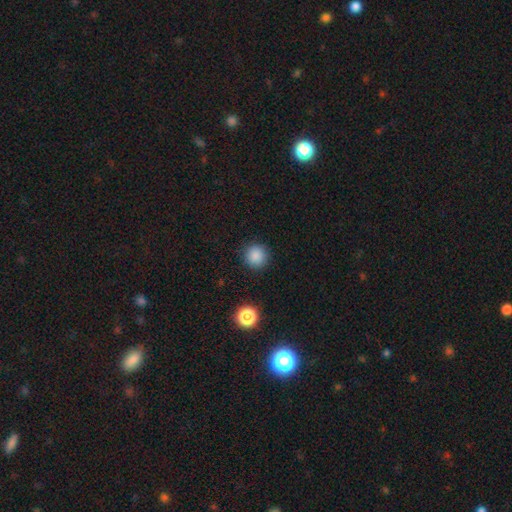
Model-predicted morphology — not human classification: A smooth galaxy with no disk features (85%) that is round (94%). Merging: none (90%).